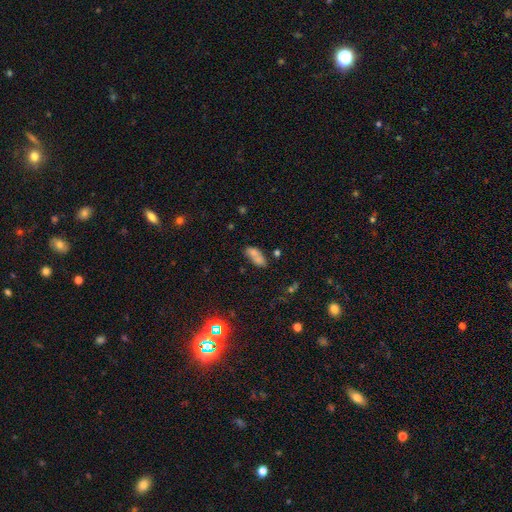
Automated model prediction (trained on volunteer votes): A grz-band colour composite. It shows a smooth galaxy with no disk features (70%) that is in between round and cigar-shaped (82%). Merging: none (38%, tied with merger).